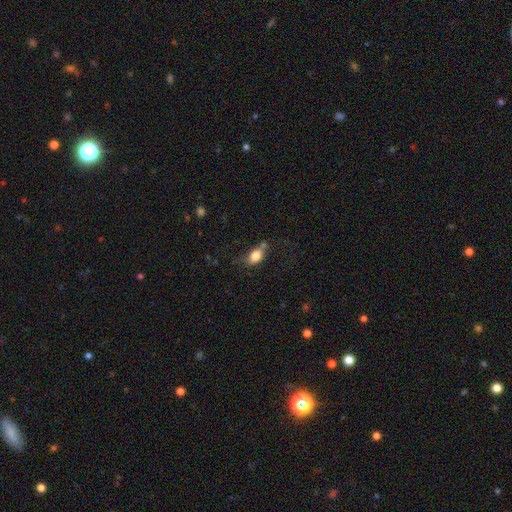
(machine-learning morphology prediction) Smooth or featured? smooth (78%)
How rounded? in between (80%)
Merging? none (45%)